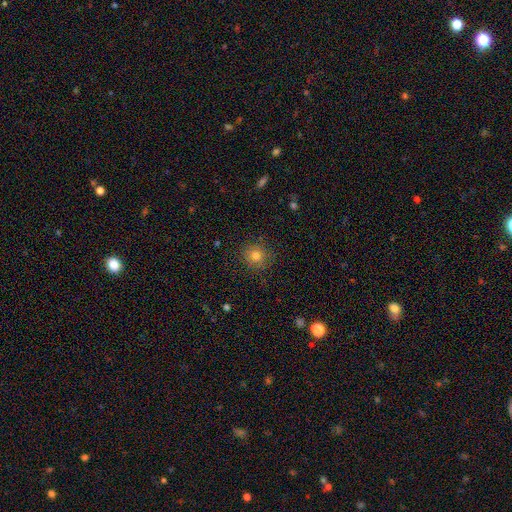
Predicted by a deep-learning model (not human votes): Smooth or featured? smooth (79%)
How rounded? round (88%)
Merging? none (86%)